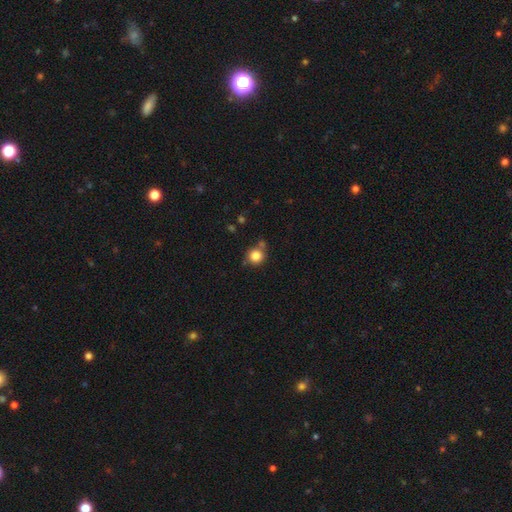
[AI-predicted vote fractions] Smooth or featured? Predicted: smooth (p=0.84). How rounded? Predicted: round (p=0.91). Merging? Predicted: none (p=0.66).